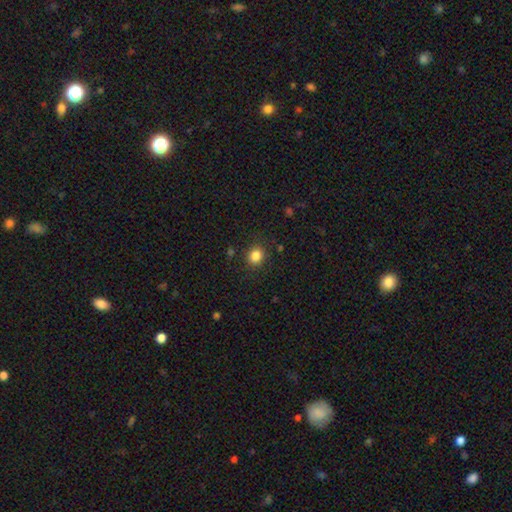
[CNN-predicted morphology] Q: Smooth or featured?
A: smooth (84%); runner-up: star or artifact (11%)
Q: How rounded?
A: round (79%); runner-up: in between (20%)
Q: Merging?
A: none (88%); runner-up: minor disturbance (8%)